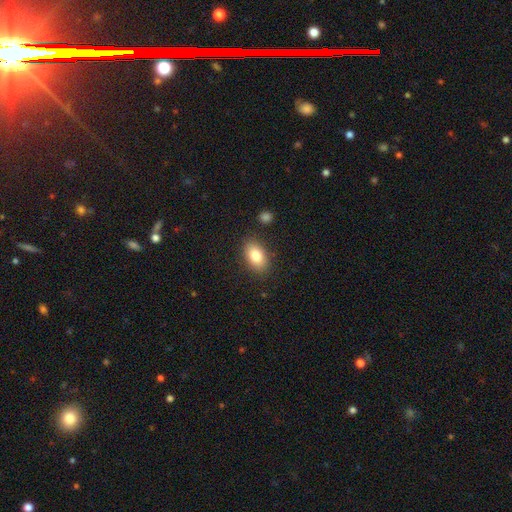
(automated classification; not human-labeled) The model was most divided on "smooth or featured": smooth: 82%, featured or disk: 11%, star or artifact: 8%. More confident: how rounded — in between (90%); merging — none (85%).